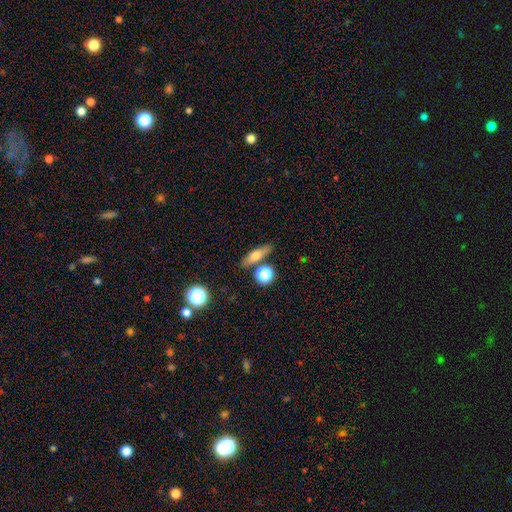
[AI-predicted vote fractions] This appears to be a smooth galaxy with no disk features (59%) that is cigar-shaped (57%). Merging: none (78%).